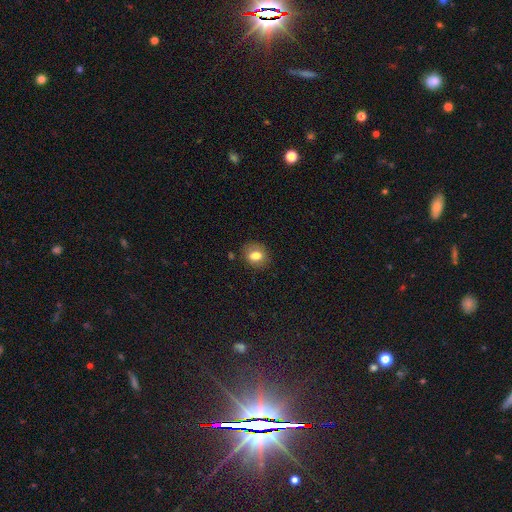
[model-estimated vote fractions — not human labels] Smooth or featured? Predicted: smooth (p=0.75). How rounded? Predicted: round (p=0.54). Merging? Predicted: none (p=0.83).